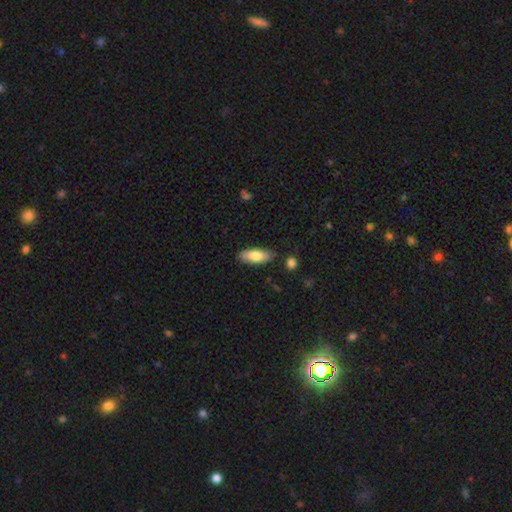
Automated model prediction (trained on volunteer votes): A smooth galaxy with no disk features (76%) that is in between round and cigar-shaped (72%). Merging: none (84%).